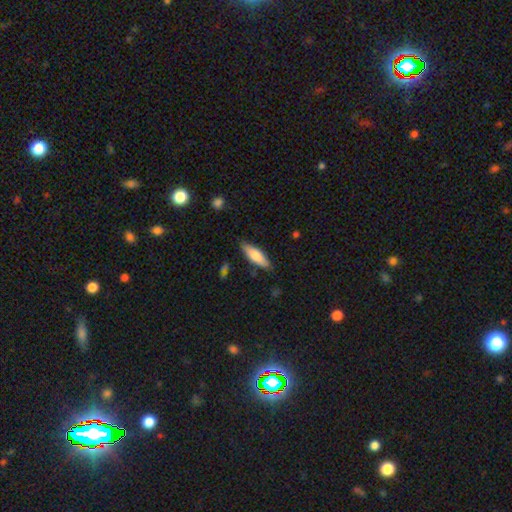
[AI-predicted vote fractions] This is likely a smooth galaxy (76%). How rounded: possibly in between (55%). Merging: clearly none (83%).